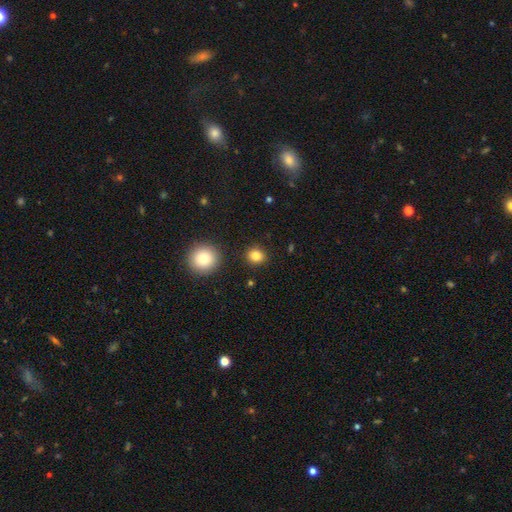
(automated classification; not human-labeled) This appears to be a smooth galaxy with no disk features (82%) that is round (84%). Merging: none (89%).